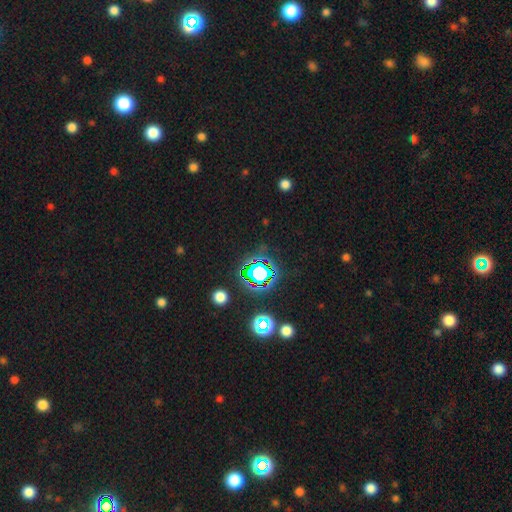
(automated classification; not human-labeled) star or artifact 74%, smooth 19%, featured or disk 8%.